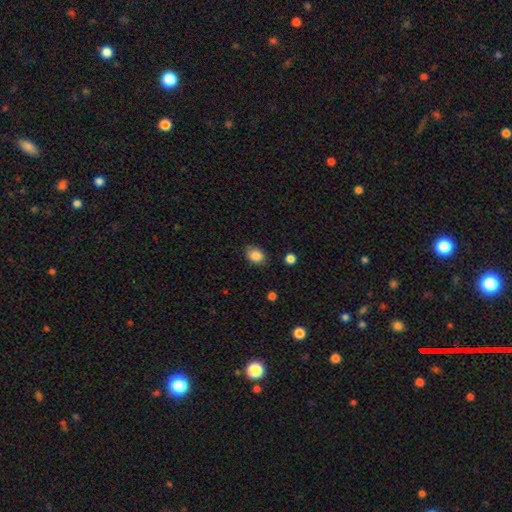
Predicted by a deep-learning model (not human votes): Q: Smooth or featured?
A: smooth (86%); runner-up: star or artifact (9%)
Q: How rounded?
A: in between (64%); runner-up: round (35%)
Q: Merging?
A: none (82%); runner-up: minor disturbance (13%)